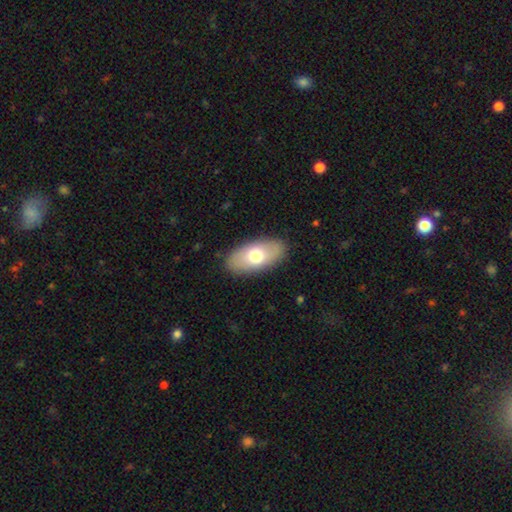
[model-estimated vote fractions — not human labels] This is likely a smooth galaxy (69%). How rounded: clearly in between (92%). Merging: clearly none (87%).